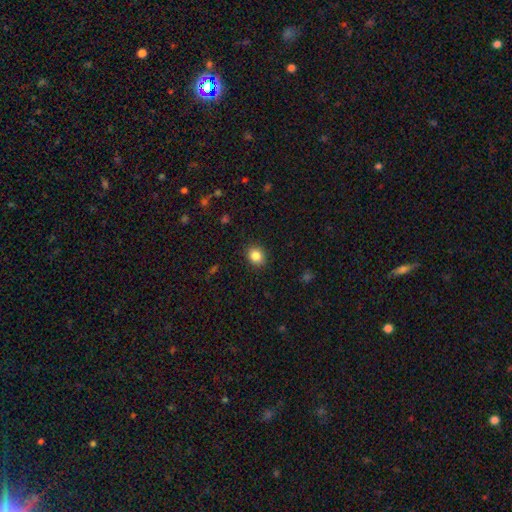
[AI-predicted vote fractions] Smooth or featured? Predicted: smooth (p=0.85). How rounded? Predicted: round (p=0.62). Merging? Predicted: none (p=0.89).